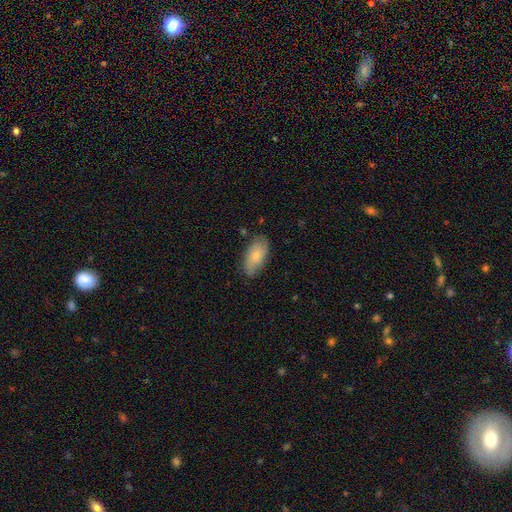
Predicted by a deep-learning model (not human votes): The model was most divided on "smooth or featured": smooth: 70%, featured or disk: 24%, star or artifact: 6%. More confident: how rounded — in between (92%); merging — none (76%).